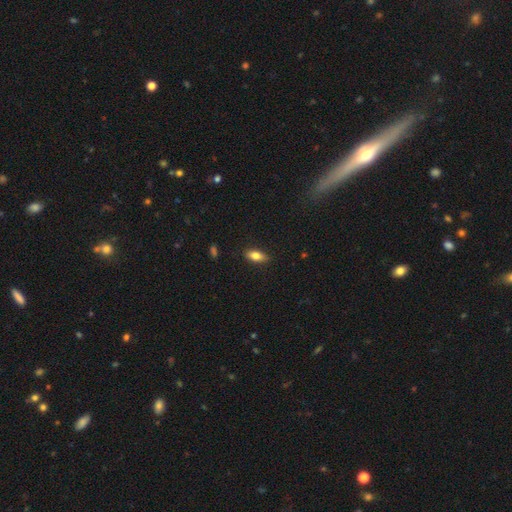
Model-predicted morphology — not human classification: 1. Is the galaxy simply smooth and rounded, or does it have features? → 76% smooth, 17% featured or disk, 7% star or artifact.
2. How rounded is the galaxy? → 81% in between, 15% cigar-shaped, 4% round.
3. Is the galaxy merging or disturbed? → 86% none, 10% minor disturbance, 2% major disturbance, 1% merger.